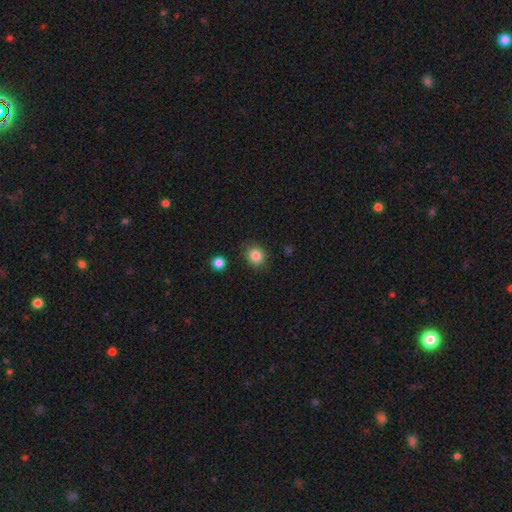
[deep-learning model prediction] Smooth or featured: smooth — 85% (star or artifact — 10%)
How rounded: round — 81% (in between — 18%)
Merging: none — 84% (minor disturbance — 10%)